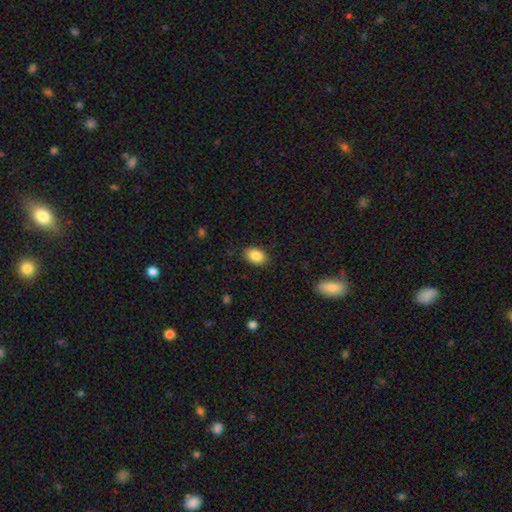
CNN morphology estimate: A smooth galaxy with no disk features (87%) that is in between round and cigar-shaped (83%).

Vote fractions:
- Smooth or featured? smooth: 87% / star or artifact: 8% / featured or disk: 6%
- How rounded? in between: 83% / round: 16% / cigar-shaped: 1%
- Merging? none: 86% / minor disturbance: 10% / major disturbance: 3% / merger: 1%